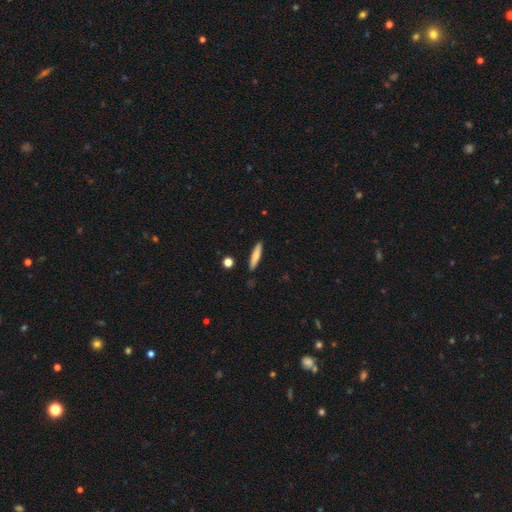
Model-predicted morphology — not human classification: A smooth galaxy with no disk features (71%) that is cigar-shaped (87%).

Vote fractions:
- Smooth or featured? smooth: 71% / featured or disk: 22% / star or artifact: 6%
- How rounded? cigar-shaped: 87% / in between: 11% / round: 2%
- Merging? none: 90% / minor disturbance: 7% / merger: 2% / major disturbance: 2%